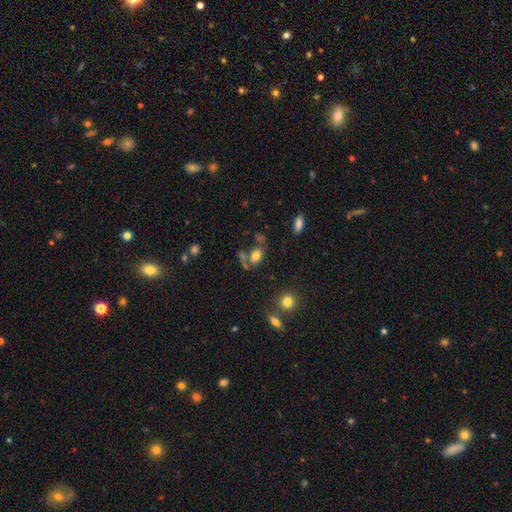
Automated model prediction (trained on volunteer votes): The model was most divided on "merging": none: 50%, merger: 24%, minor disturbance: 16%, major disturbance: 9%. More confident: how rounded — in between (83%); smooth or featured — smooth (73%).